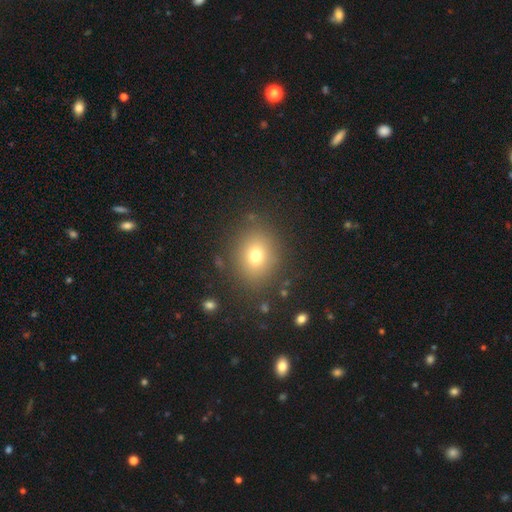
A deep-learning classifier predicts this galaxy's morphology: This is likely a smooth galaxy (73%). How rounded: possibly round (60%). Merging: clearly none (85%).